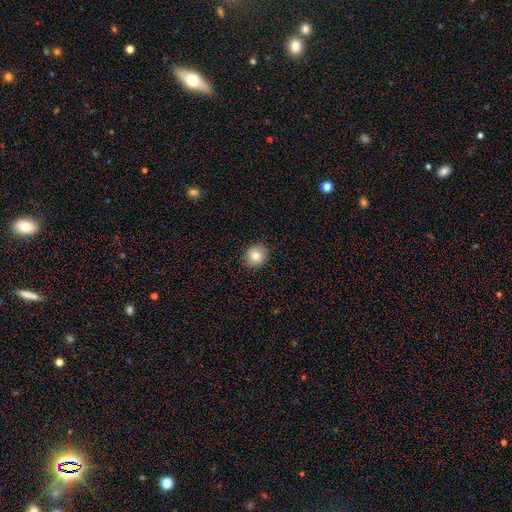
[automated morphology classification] Smooth or featured: smooth — 81% (star or artifact — 10%)
How rounded: round — 85% (in between — 14%)
Merging: none — 89% (minor disturbance — 8%)